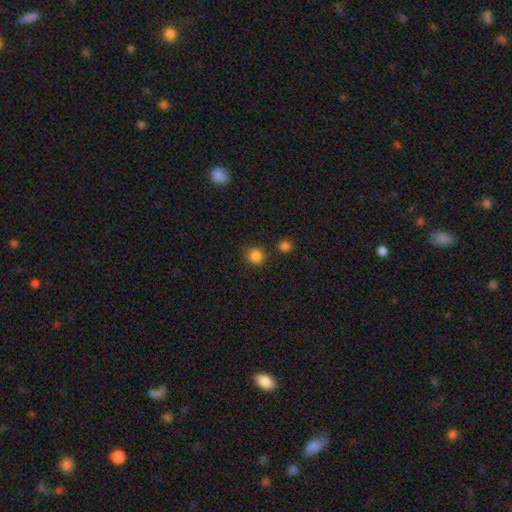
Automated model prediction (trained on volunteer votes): The model was most divided on "smooth or featured": smooth: 84%, star or artifact: 13%, featured or disk: 4%. More confident: how rounded — round (91%); merging — none (83%).